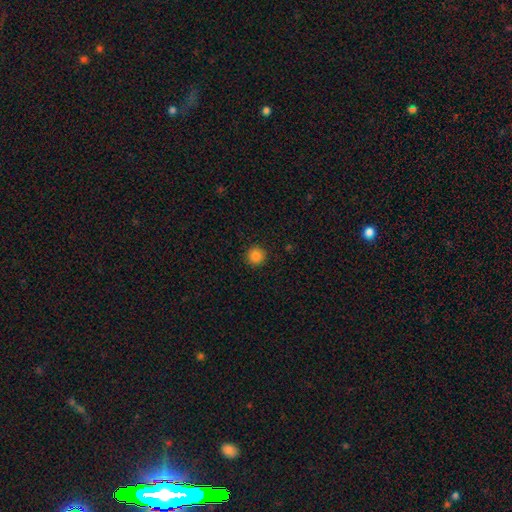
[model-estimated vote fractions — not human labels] Smooth or featured?
  - smooth: 85% *
  - star or artifact: 11%
  - featured or disk: 4%
How rounded?
  - round: 95% *
  - in between: 4%
  - cigar-shaped: 1%
Merging?
  - none: 93% *
  - minor disturbance: 5%
  - major disturbance: 2%
  - merger: 1%